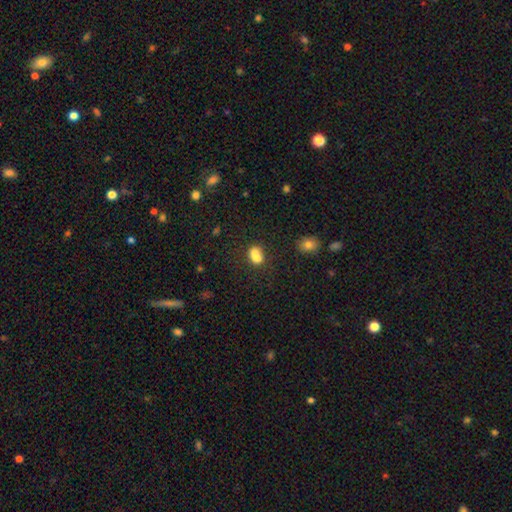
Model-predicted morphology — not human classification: A smooth galaxy with no disk features (74%) that is in between round and cigar-shaped (54%). Merging: merger (51%).